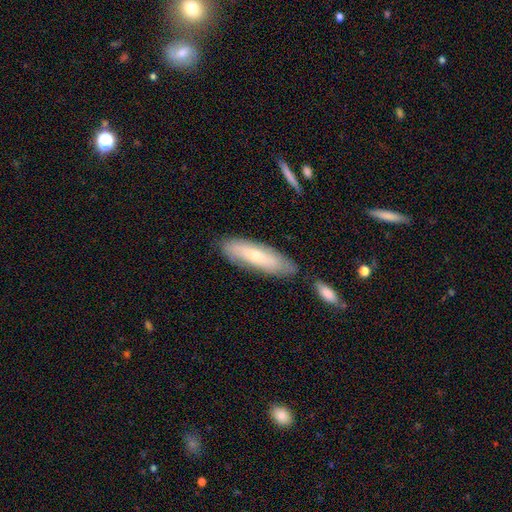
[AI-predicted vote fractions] This appears to be a smooth galaxy with no disk features (55%) that is cigar-shaped (59%). Merging: none (76%).